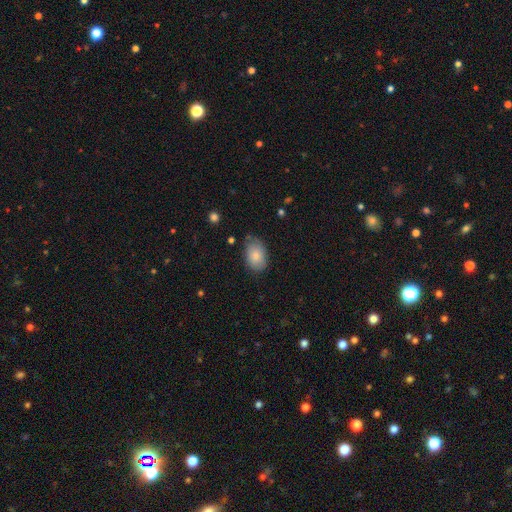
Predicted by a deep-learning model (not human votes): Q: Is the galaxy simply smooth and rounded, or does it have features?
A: smooth — 83%.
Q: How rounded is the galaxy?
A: in between — 88%.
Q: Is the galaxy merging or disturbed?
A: none — 70%.